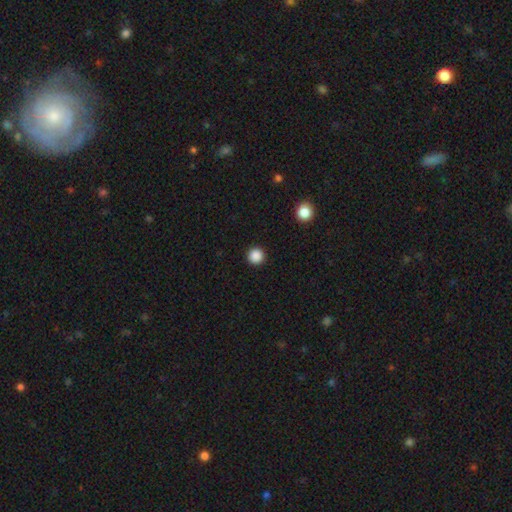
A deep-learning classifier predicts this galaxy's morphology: smooth-or-featured: smooth: 87% | star or artifact: 11% | featured or disk: 2%
  how-rounded: round: 96% | in between: 3% | cigar-shaped: 1%
  merging: none: 93% | minor disturbance: 4% | major disturbance: 2% | merger: 1%